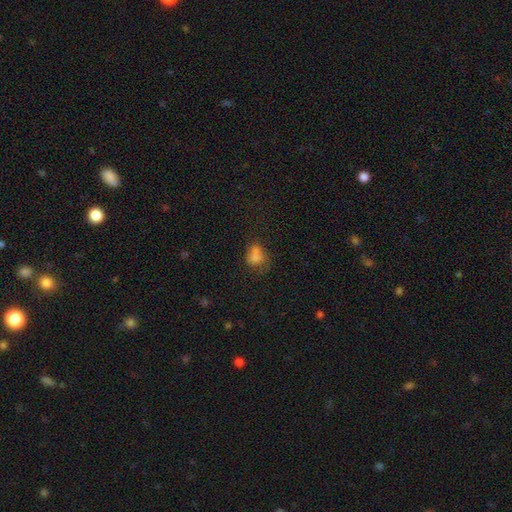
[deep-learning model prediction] Smooth or featured?
  - smooth: 73% *
  - featured or disk: 14%
  - star or artifact: 13%
How rounded?
  - round: 50% *
  - in between: 49%
  - cigar-shaped: 1%
Merging?
  - none: 37% *
  - merger: 30%
  - minor disturbance: 21%
  - major disturbance: 13%